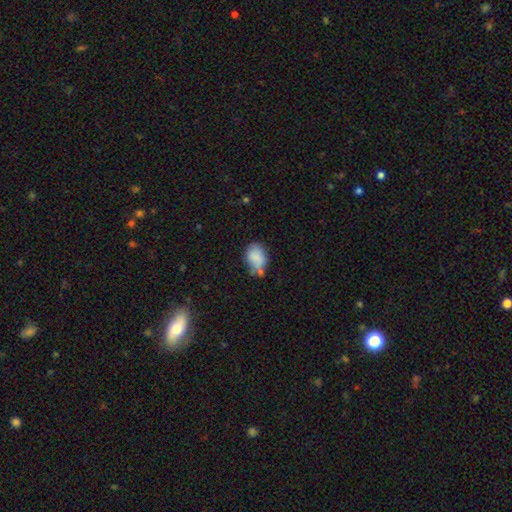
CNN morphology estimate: A smooth galaxy with no disk features (80%) that is in between round and cigar-shaped (73%).

Vote fractions:
- Smooth or featured? smooth: 80% / featured or disk: 11% / star or artifact: 9%
- How rounded? in between: 73% / round: 26% / cigar-shaped: 1%
- Merging? none: 45% / minor disturbance: 31% / merger: 15% / major disturbance: 9%